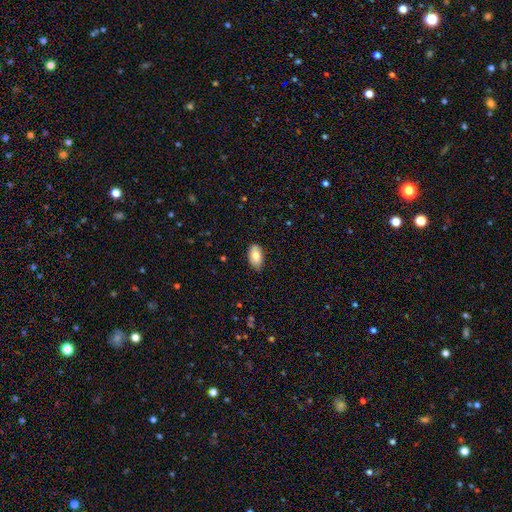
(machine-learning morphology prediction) smooth_or_featured: smooth (p=0.82) [alt: featured or disk p=0.11]
how_rounded: in between (p=0.94) [alt: round p=0.04]
merging: none (p=0.79) [alt: minor disturbance p=0.17]